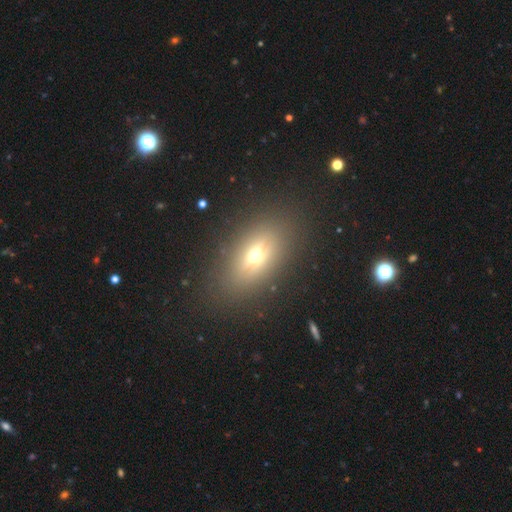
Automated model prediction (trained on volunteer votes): smooth-or-featured: featured or disk: 52% | smooth: 35% | star or artifact: 13%
  disk-edge-on: yes: 75% | no: 25%
  merging: none: 83% | minor disturbance: 10% | major disturbance: 5% | merger: 1%